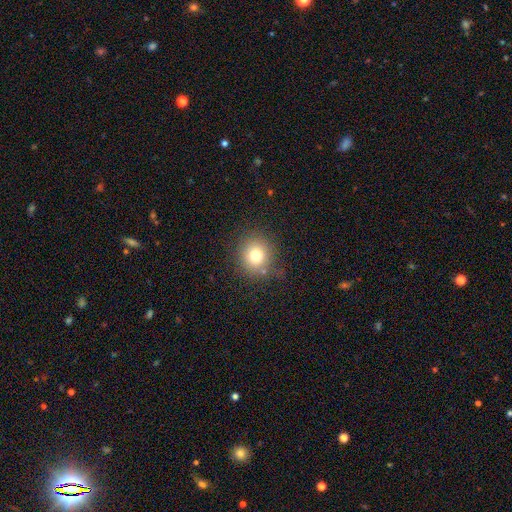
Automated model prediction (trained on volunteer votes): Smooth or featured: smooth — 77% (star or artifact — 13%)
How rounded: round — 88% (in between — 11%)
Merging: none — 79% (minor disturbance — 13%)